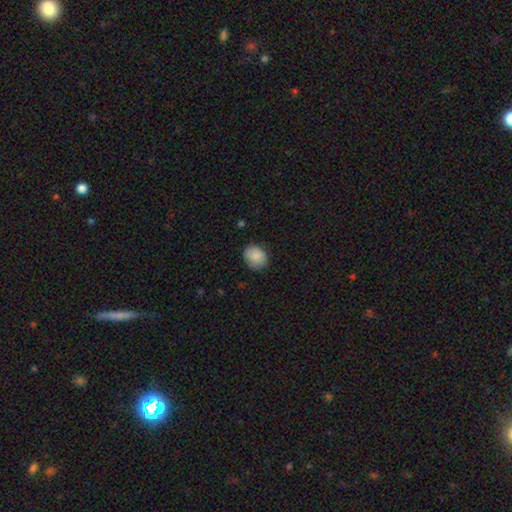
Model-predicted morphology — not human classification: The model was most divided on "how rounded": round: 60%, in between: 39%, cigar-shaped: 1%. More confident: smooth or featured — smooth (87%); merging — none (81%).